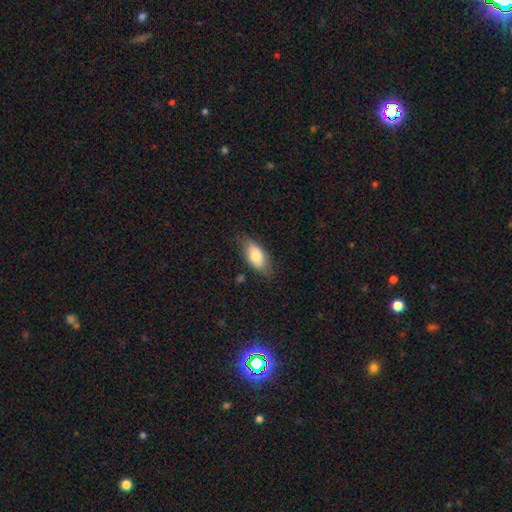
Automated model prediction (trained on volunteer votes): A smooth galaxy with no disk features (75%) that is in between round and cigar-shaped (89%). Merging: none (73%).